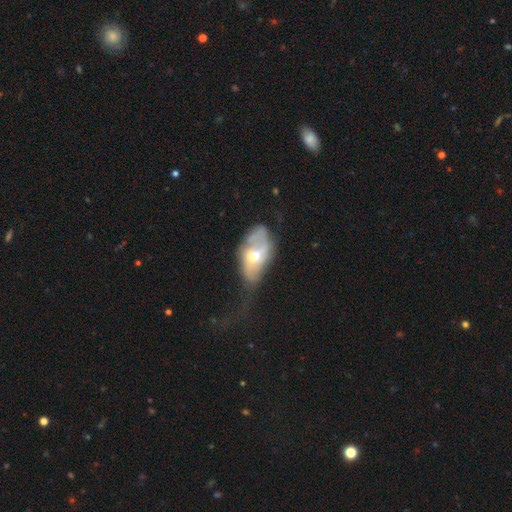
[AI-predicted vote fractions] smooth-or-featured: featured or disk: 58% | smooth: 35% | star or artifact: 7%
  disk-edge-on: no: 92% | yes: 8%
    bar: no: 59% | weak: 32% | strong: 10%
    has-spiral-arms: no: 55% | yes: 45%
    bulge-size: moderate: 72% | small: 16% | large: 9% | none: 2% | dominant: 1%
  merging: major disturbance: 40% | minor disturbance: 29% | none: 24% | merger: 7%